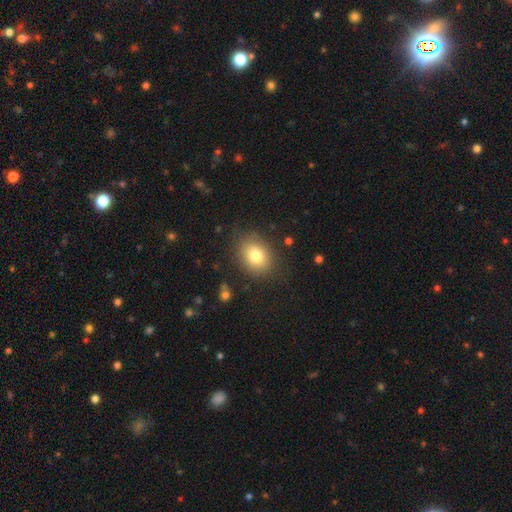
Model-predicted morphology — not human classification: The model was most divided on "how rounded": in between: 52%, round: 47%, cigar-shaped: 1%. More confident: merging — none (82%); smooth or featured — smooth (78%).